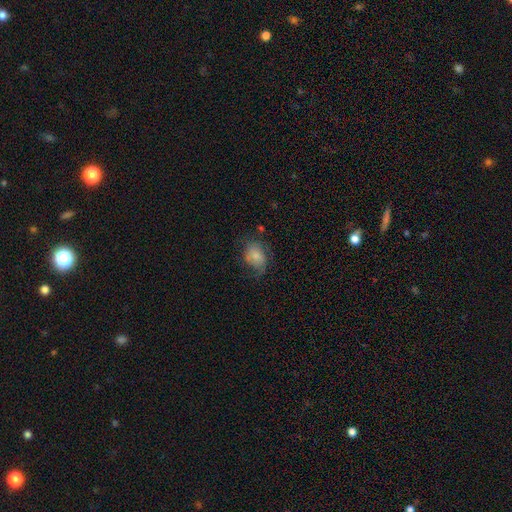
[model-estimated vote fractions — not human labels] smooth 72%, featured or disk 19%, star or artifact 9%. Down the decision tree: how rounded — in between (71%); merging — none (48%).